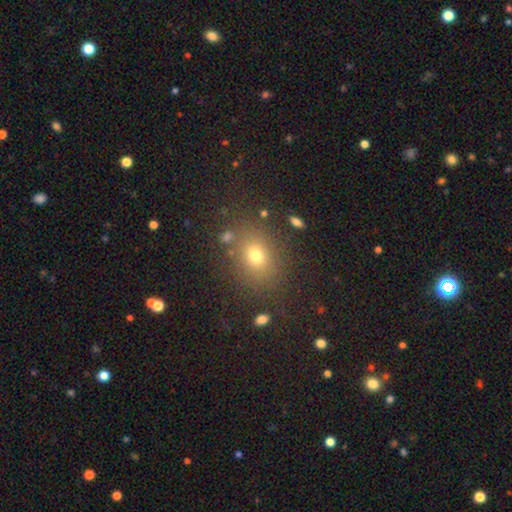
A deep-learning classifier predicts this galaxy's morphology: The model was most divided on "how rounded": round: 50%, in between: 48%, cigar-shaped: 1%. More confident: merging — none (82%); smooth or featured — smooth (70%).